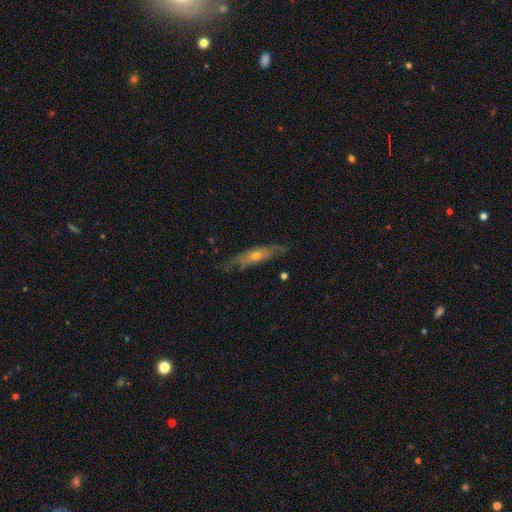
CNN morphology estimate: Q: Smooth or featured?
A: featured or disk (63%); runner-up: smooth (31%)
Q: Edge-on disk?
A: yes (60%); runner-up: no (40%)
Q: Merging?
A: none (71%); runner-up: minor disturbance (22%)